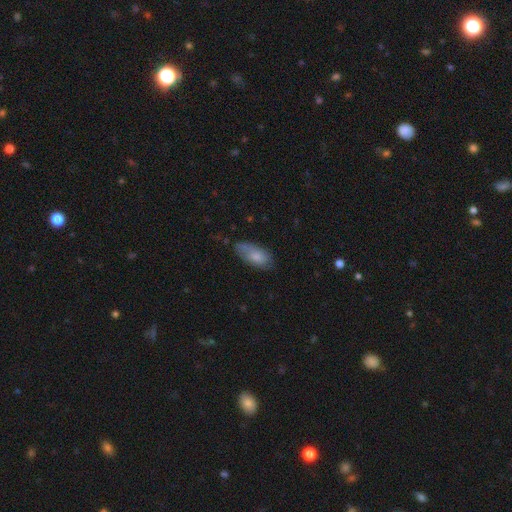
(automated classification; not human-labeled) Morphology: type=smooth (75%); roundness=in between (89%); merging=none (58%).